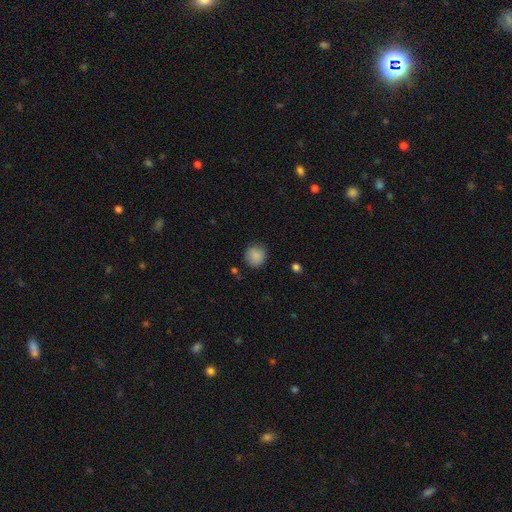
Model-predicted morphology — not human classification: The model was most divided on "merging": none: 87%, minor disturbance: 9%, major disturbance: 3%, merger: 1%. More confident: how rounded — round (92%); smooth or featured — smooth (88%).